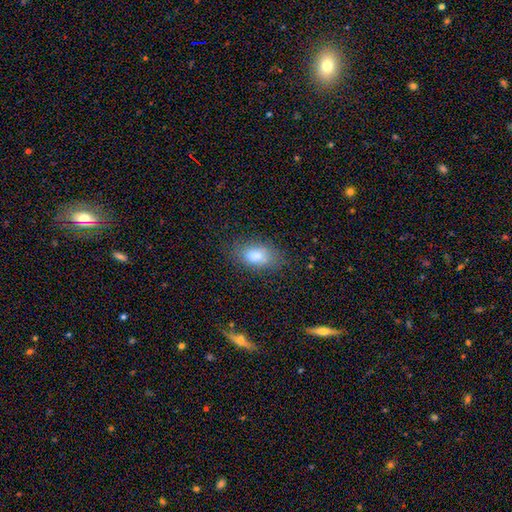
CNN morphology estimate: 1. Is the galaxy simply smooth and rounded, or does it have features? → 81% smooth, 10% featured or disk, 9% star or artifact.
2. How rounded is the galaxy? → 89% in between, 7% round, 4% cigar-shaped.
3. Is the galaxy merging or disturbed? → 77% none, 17% minor disturbance, 5% major disturbance, 2% merger.